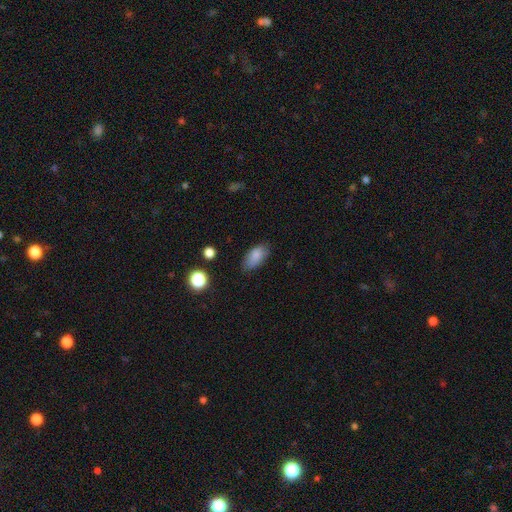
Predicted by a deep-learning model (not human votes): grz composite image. It shows a smooth galaxy with no disk features (85%) that is in between round and cigar-shaped (91%). Merging: none (77%).